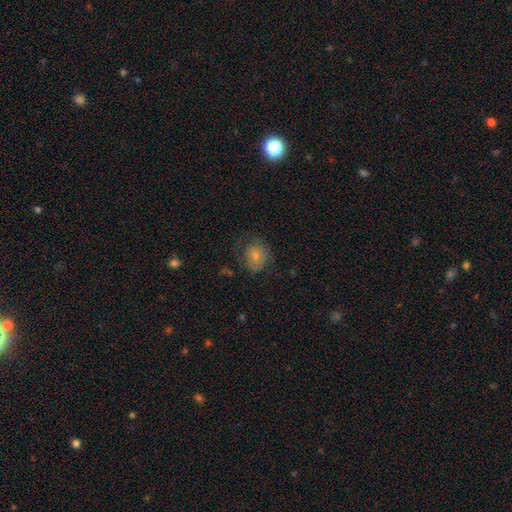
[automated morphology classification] The model was most divided on "merging": none: 57%, minor disturbance: 25%, major disturbance: 16%, merger: 1%. More confident: smooth or featured — smooth (71%); how rounded — round (69%).